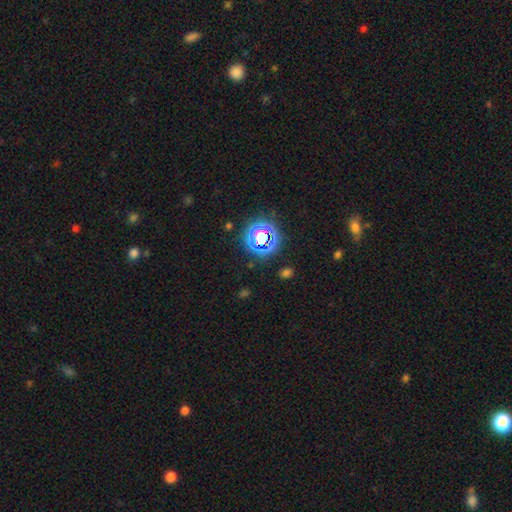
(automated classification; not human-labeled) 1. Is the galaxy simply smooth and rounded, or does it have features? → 73% star or artifact, 19% smooth, 8% featured or disk.